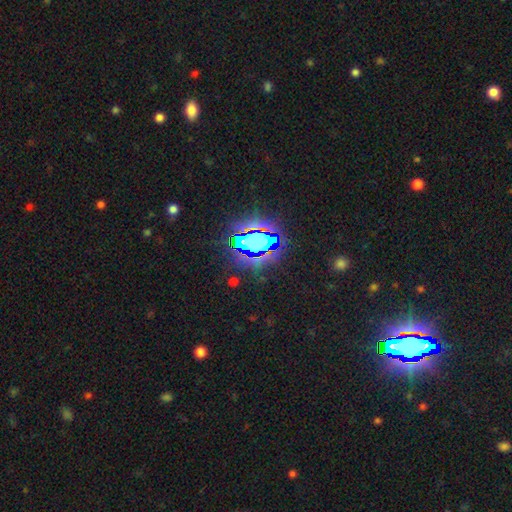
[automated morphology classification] Smooth or featured? Predicted: star or artifact (p=0.63).